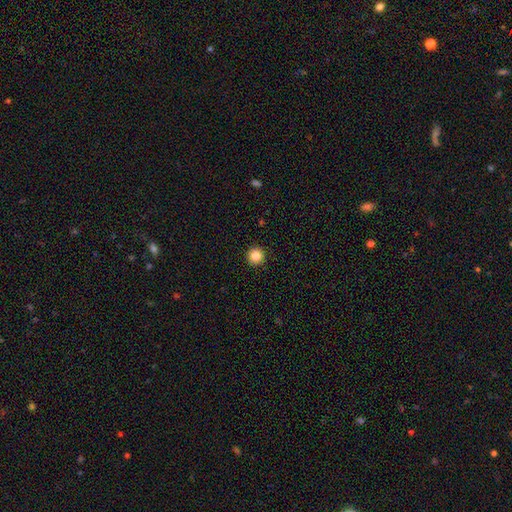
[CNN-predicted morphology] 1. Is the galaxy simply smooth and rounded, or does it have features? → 86% smooth, 11% star or artifact, 4% featured or disk.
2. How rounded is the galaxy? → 96% round, 3% in between, 1% cigar-shaped.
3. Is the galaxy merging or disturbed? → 93% none, 4% minor disturbance, 2% major disturbance, 1% merger.